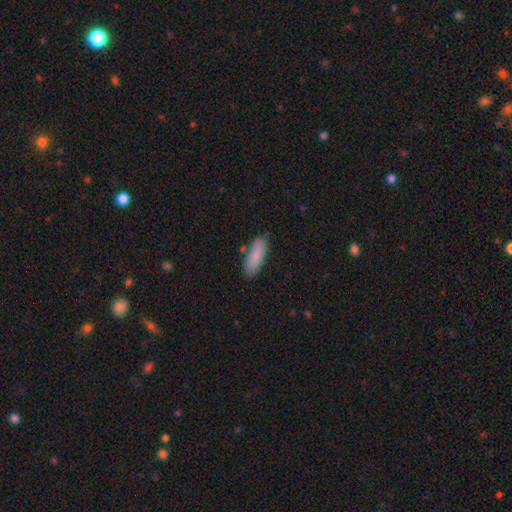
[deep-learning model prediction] Q: Smooth or featured?
A: smooth (86%); runner-up: featured or disk (9%)
Q: How rounded?
A: in between (65%); runner-up: cigar-shaped (33%)
Q: Merging?
A: none (79%); runner-up: minor disturbance (14%)